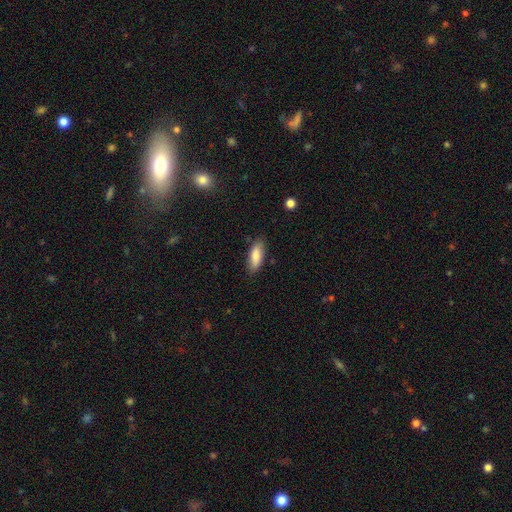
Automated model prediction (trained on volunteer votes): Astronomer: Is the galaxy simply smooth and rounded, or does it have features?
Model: smooth — 82%.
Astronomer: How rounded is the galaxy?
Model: in between — 69%.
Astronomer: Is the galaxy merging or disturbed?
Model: none — 84%.